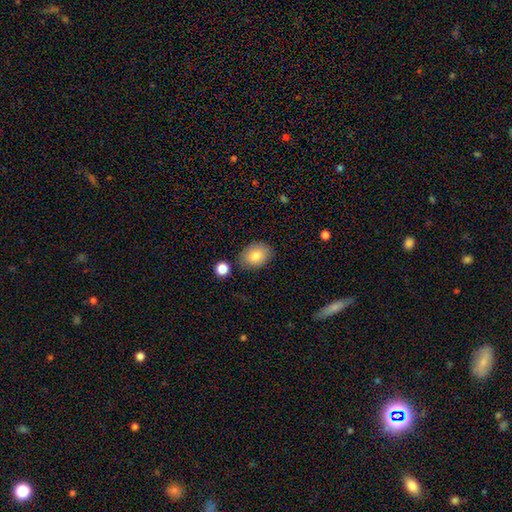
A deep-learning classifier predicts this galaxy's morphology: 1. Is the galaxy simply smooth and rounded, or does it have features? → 83% smooth, 9% featured or disk, 7% star or artifact.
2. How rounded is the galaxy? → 67% in between, 32% round, 1% cigar-shaped.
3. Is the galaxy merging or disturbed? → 78% none, 14% minor disturbance, 5% merger, 3% major disturbance.